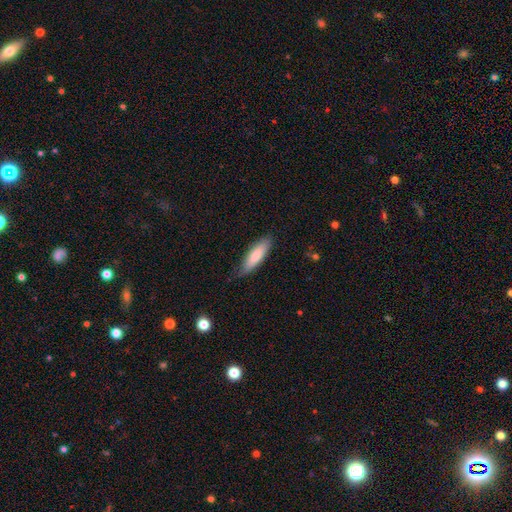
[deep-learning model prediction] smooth_or_featured: smooth (p=0.81) [alt: featured or disk p=0.13]
how_rounded: cigar-shaped (p=0.58) [alt: in between p=0.41]
merging: none (p=0.75) [alt: minor disturbance p=0.20]